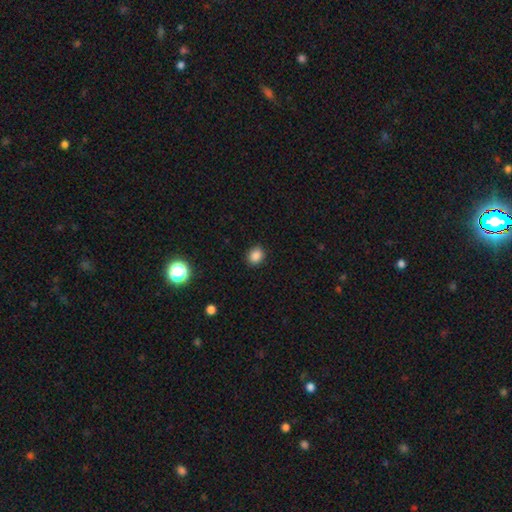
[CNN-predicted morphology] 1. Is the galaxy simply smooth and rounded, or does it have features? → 85% smooth, 12% star or artifact, 3% featured or disk.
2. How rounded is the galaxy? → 70% round, 29% in between, 1% cigar-shaped.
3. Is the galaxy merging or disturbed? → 88% none, 8% minor disturbance, 2% major disturbance, 1% merger.